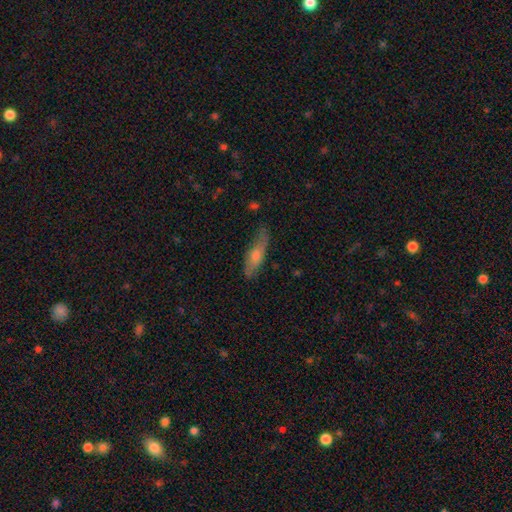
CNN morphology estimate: smooth 49%, featured or disk 44%, star or artifact 7%. Down the decision tree: merging — none (71%).